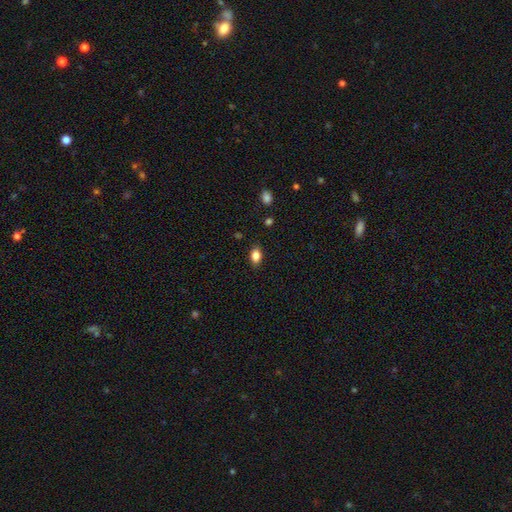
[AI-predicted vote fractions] smooth 84%, star or artifact 9%, featured or disk 6%. Down the decision tree: how rounded — in between (84%); merging — none (86%).